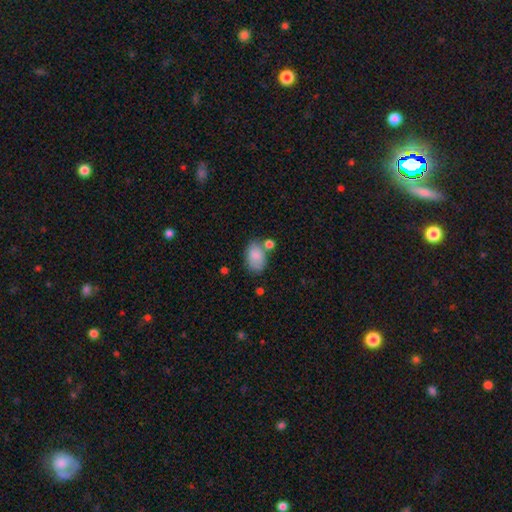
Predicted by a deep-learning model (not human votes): A smooth galaxy with no disk features (83%) that is in between round and cigar-shaped (88%).

Vote fractions:
- Smooth or featured? smooth: 83% / featured or disk: 10% / star or artifact: 7%
- How rounded? in between: 88% / round: 11% / cigar-shaped: 1%
- Merging? none: 56% / minor disturbance: 21% / merger: 17% / major disturbance: 7%